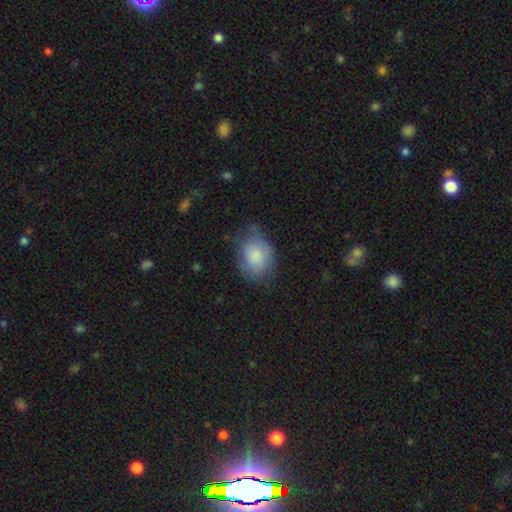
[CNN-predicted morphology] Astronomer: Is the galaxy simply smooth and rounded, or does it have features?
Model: smooth — 77%.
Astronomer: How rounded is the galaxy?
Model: in between — 56% (runner-up: round, 43%).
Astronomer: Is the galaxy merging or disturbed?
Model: none — 53% (runner-up: minor disturbance, 33%).